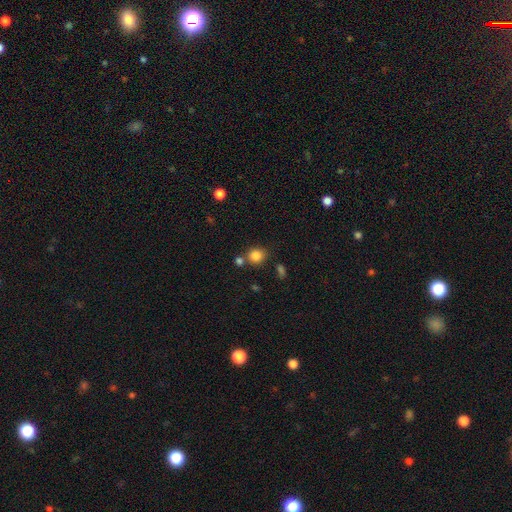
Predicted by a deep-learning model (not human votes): Smooth or featured?
  - smooth: 84% *
  - star or artifact: 11%
  - featured or disk: 5%
How rounded?
  - round: 83% *
  - in between: 16%
  - cigar-shaped: 1%
Merging?
  - none: 71% *
  - merger: 15%
  - minor disturbance: 10%
  - major disturbance: 4%